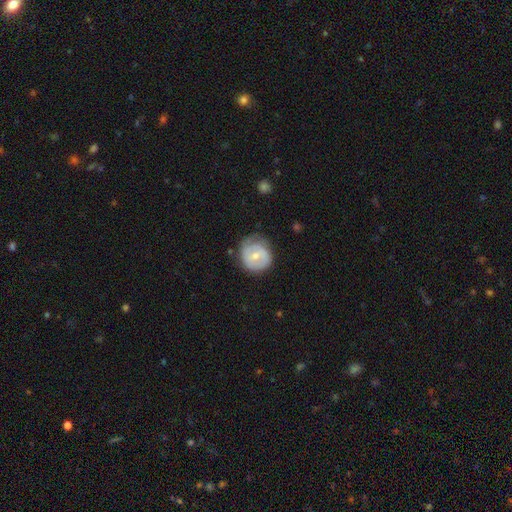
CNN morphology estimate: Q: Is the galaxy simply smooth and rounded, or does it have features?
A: featured or disk — 53%.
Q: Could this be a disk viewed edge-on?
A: no — 98%.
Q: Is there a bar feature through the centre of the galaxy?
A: weak — 48%.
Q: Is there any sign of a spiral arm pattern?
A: yes — 72%.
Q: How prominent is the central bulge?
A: moderate — 49%.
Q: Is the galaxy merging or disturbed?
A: none — 61%.